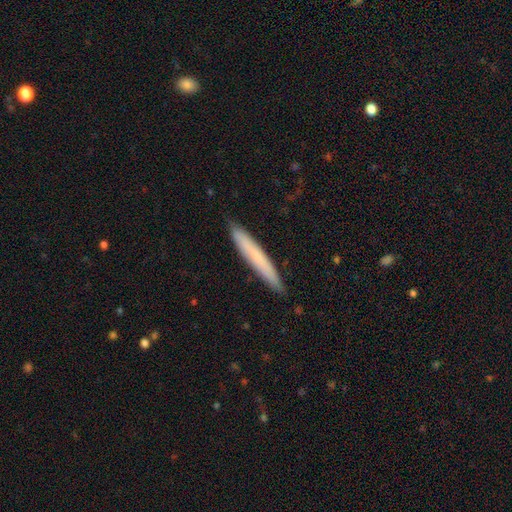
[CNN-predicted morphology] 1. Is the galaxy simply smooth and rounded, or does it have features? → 66% smooth, 27% featured or disk, 7% star or artifact.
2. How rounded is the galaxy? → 96% cigar-shaped, 3% in between, 1% round.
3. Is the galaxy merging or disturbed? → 89% none, 8% minor disturbance, 1% major disturbance, 1% merger.